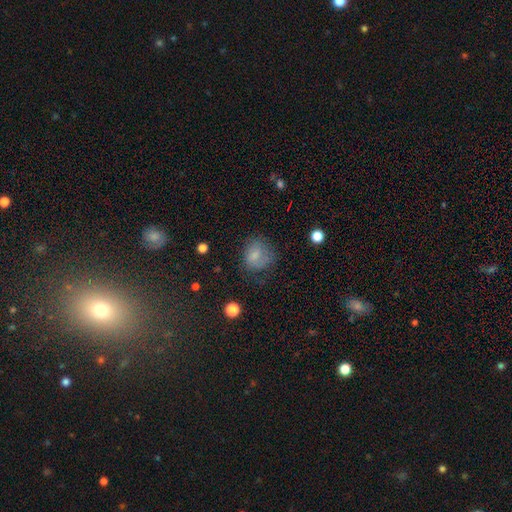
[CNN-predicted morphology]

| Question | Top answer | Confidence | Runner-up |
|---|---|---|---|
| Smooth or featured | smooth | 74% | featured or disk (15%) |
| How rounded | round | 60% | in between (39%) |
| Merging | none | 52% | minor disturbance (27%) |